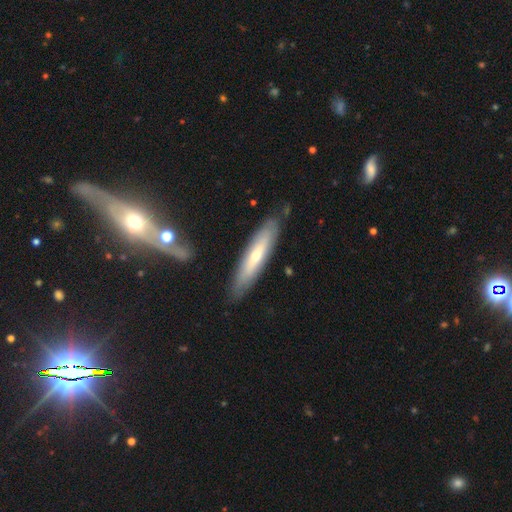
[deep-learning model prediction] smooth_or_featured: featured or disk (p=0.49) [alt: smooth p=0.44]
merging: none (p=0.84) [alt: minor disturbance p=0.11]